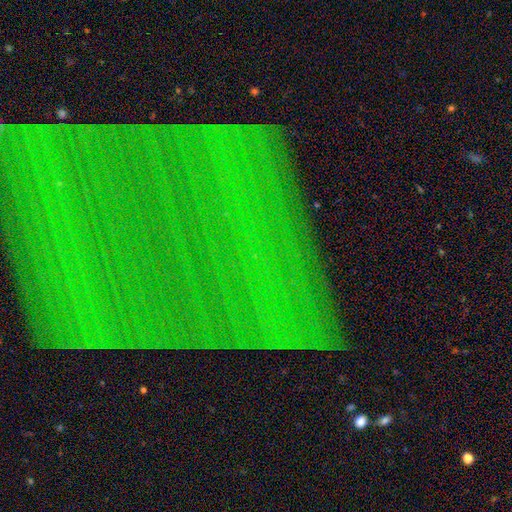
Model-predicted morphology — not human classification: Overall: star or artifact (85%).